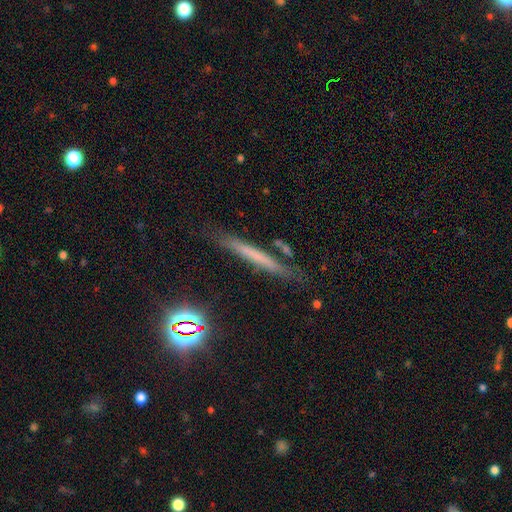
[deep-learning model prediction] This is possibly a smooth galaxy (48%). Merging: likely none (79%).